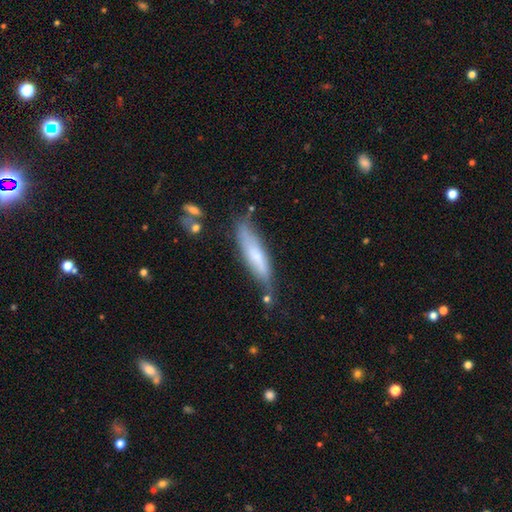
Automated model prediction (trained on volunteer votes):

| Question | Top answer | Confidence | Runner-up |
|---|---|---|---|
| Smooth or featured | smooth | 60% | featured or disk (33%) |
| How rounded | cigar-shaped | 76% | in between (22%) |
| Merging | none | 62% | minor disturbance (25%) |